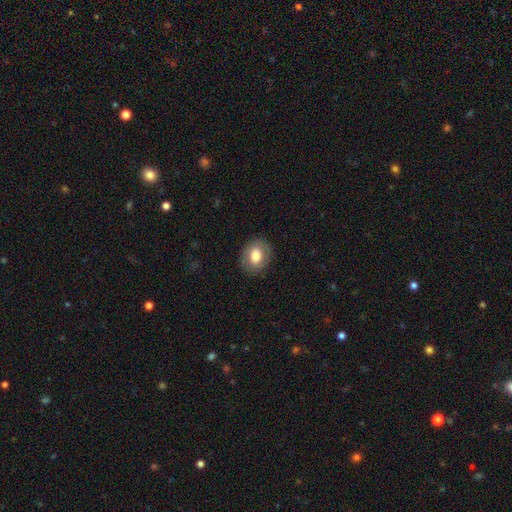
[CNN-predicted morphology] Q: Smooth or featured?
A: smooth (73%); runner-up: featured or disk (20%)
Q: How rounded?
A: in between (54%); runner-up: round (45%)
Q: Merging?
A: none (86%); runner-up: minor disturbance (10%)